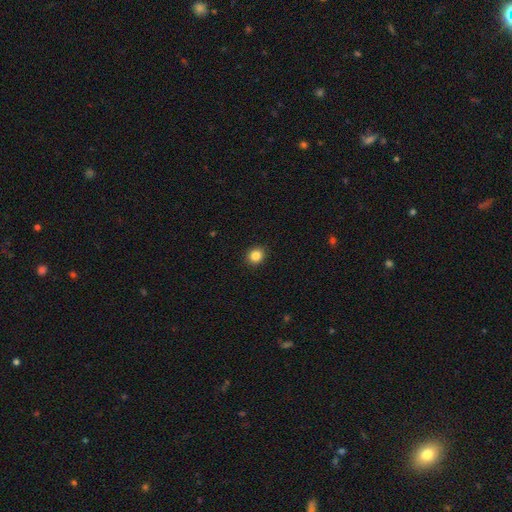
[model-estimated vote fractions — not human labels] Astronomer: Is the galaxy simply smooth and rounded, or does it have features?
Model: smooth — 85%.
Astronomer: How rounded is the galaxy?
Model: round — 78%.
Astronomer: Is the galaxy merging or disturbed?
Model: none — 92%.